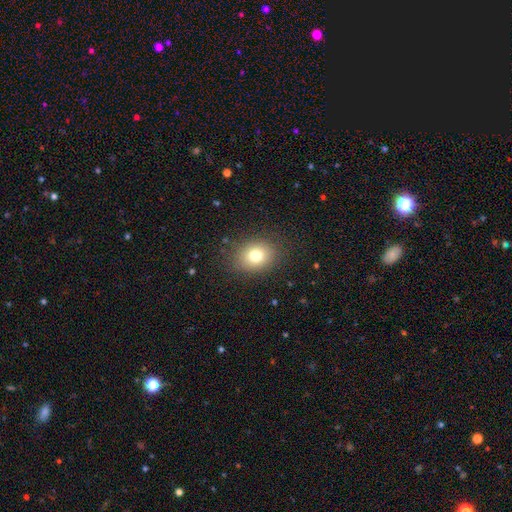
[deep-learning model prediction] This appears to be a smooth galaxy with no disk features (78%) that is in between round and cigar-shaped (52%). Merging: none (85%).